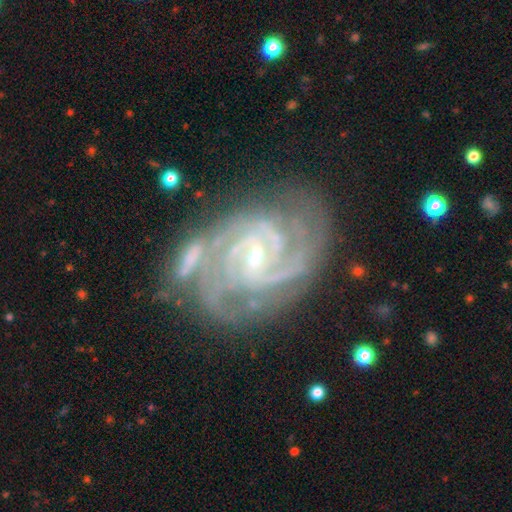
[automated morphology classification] Smooth or featured: featured or disk — 92% (star or artifact — 5%)
Edge-on disk: no — 98% (yes — 2%)
Bar: weak — 46% (no — 29%)
Spiral arms: yes — 99% (no — 1%)
Spiral winding: tight — 65% (medium — 31%)
Spiral arm count: 2 — 40% (3 — 26%)
Bulge size: small — 75% (moderate — 21%)
Merging: none — 60% (minor disturbance — 19%)